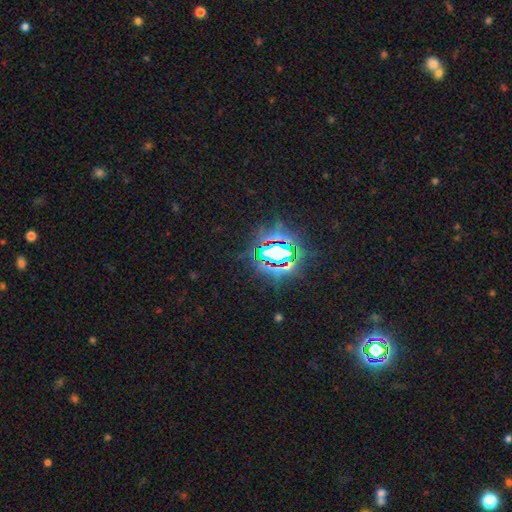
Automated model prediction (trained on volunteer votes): Smooth or featured?
  - star or artifact: 83% *
  - smooth: 10%
  - featured or disk: 7%